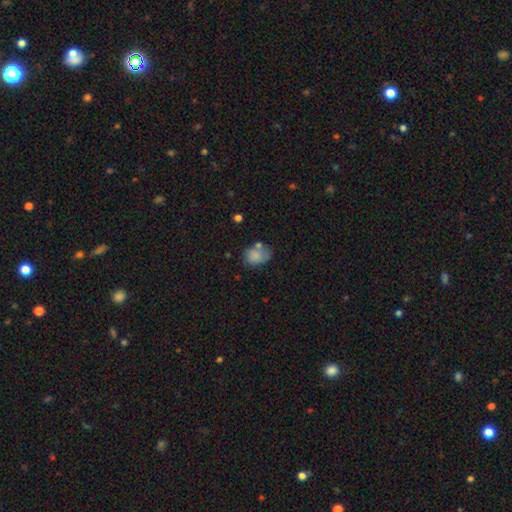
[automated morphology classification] smooth_or_featured: smooth (p=0.80) [alt: featured or disk p=0.11]
how_rounded: in between (p=0.66) [alt: round p=0.33]
merging: none (p=0.54) [alt: minor disturbance p=0.25]